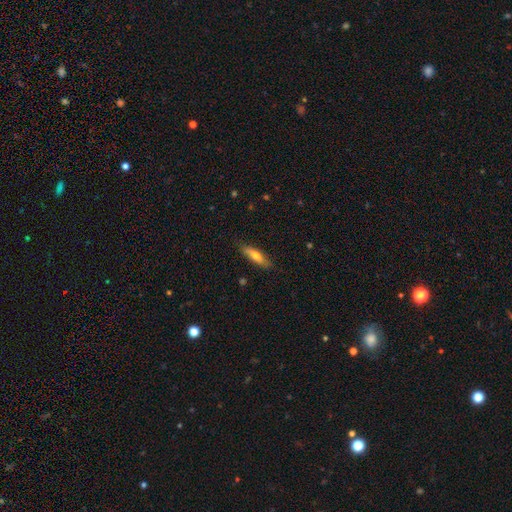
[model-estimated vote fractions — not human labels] Smooth or featured? Predicted: smooth (p=0.63). How rounded? Predicted: cigar-shaped (p=0.67). Merging? Predicted: none (p=0.84).